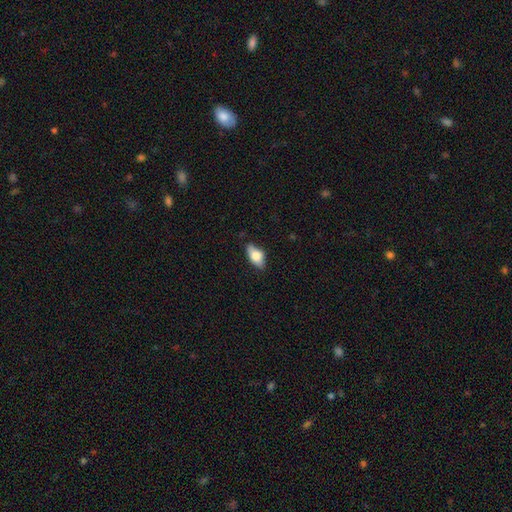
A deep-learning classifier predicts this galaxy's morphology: Smooth or featured?
  - smooth: 73% *
  - featured or disk: 20%
  - star or artifact: 7%
How rounded?
  - in between: 87% *
  - cigar-shaped: 7%
  - round: 5%
Merging?
  - none: 75% *
  - minor disturbance: 20%
  - major disturbance: 4%
  - merger: 2%